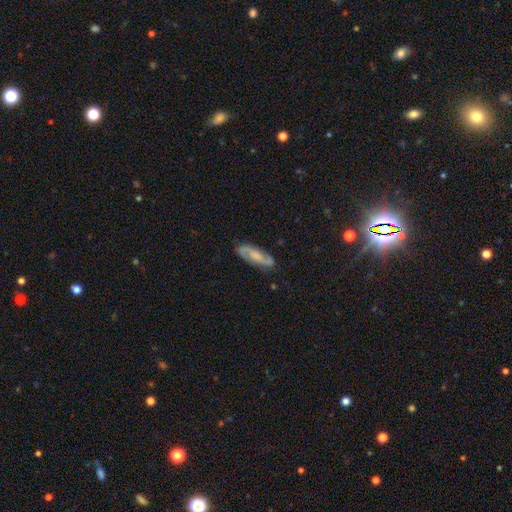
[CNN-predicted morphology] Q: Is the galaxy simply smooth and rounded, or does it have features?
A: featured or disk — 69%.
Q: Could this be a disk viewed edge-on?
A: no — 88%.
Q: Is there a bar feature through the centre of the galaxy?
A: no — 49%.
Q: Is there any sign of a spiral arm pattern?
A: yes — 93%.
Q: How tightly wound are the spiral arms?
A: medium — 48%.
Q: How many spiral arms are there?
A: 2 — 89%.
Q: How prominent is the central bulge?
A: none — 32%.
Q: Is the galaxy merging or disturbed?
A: none — 82%.